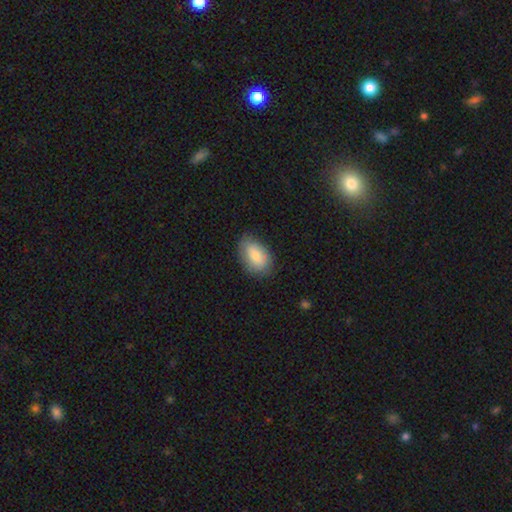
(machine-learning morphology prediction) Smooth or featured? smooth (78%)
How rounded? in between (89%)
Merging? none (77%)